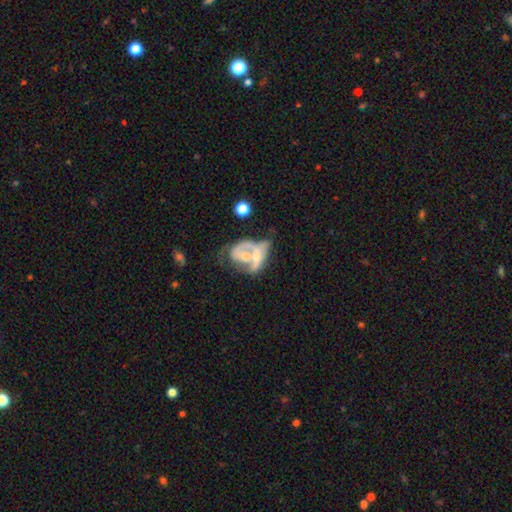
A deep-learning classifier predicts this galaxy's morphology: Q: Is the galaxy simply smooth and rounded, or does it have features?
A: featured or disk — 59%.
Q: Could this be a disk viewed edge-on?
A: no — 92%.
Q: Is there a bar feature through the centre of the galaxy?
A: no — 73%.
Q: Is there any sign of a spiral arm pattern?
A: no — 58%.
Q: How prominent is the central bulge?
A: moderate — 44%.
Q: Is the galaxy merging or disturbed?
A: merger — 59%.